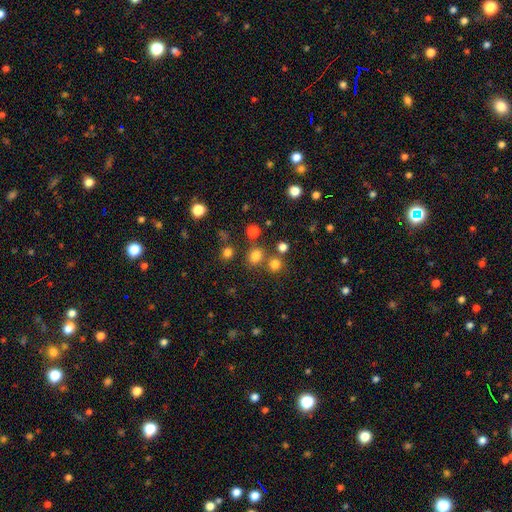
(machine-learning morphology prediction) A smooth galaxy with no disk features (76%) that is round (72%). Merging: none (73%).